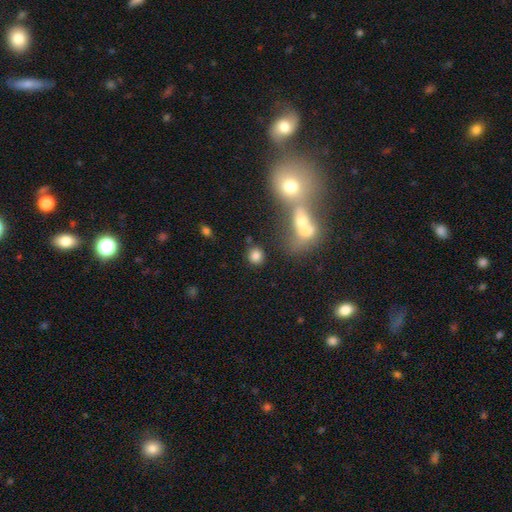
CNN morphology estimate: smooth 80%, star or artifact 12%, featured or disk 8%. Down the decision tree: how rounded — round (79%); merging — none (70%).